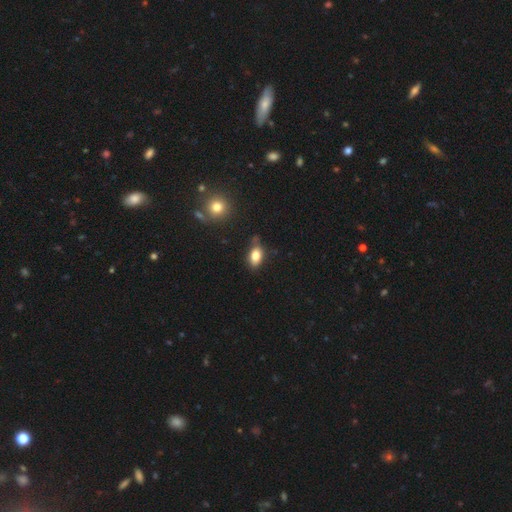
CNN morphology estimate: A smooth galaxy with no disk features (80%) that is in between round and cigar-shaped (86%). Merging: none (69%).